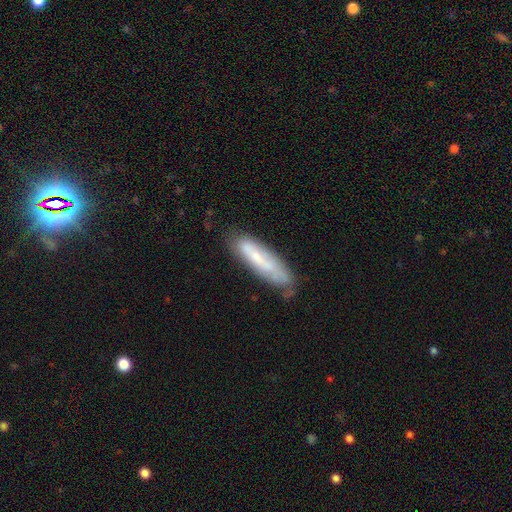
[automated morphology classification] Smooth or featured? smooth (50%)
How rounded? cigar-shaped (68%)
Merging? none (59%)